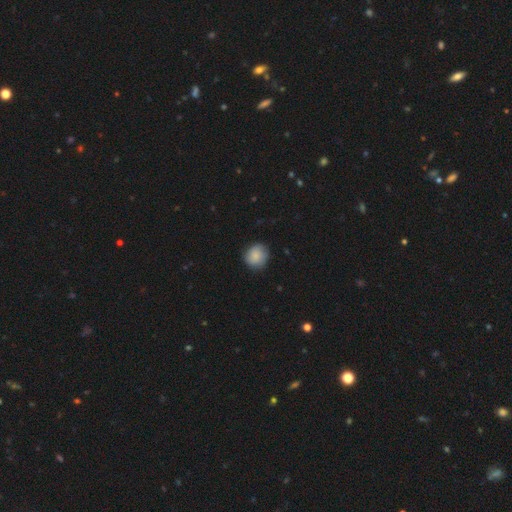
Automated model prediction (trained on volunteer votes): This is clearly a smooth galaxy (85%). How rounded: clearly round (82%). Merging: clearly none (80%).